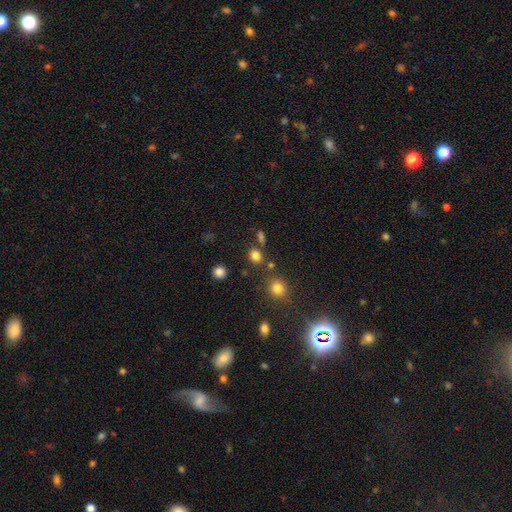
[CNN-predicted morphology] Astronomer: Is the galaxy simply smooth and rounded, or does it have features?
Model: smooth — 79%.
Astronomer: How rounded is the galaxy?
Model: round — 66%.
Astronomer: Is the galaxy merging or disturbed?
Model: none — 75%.